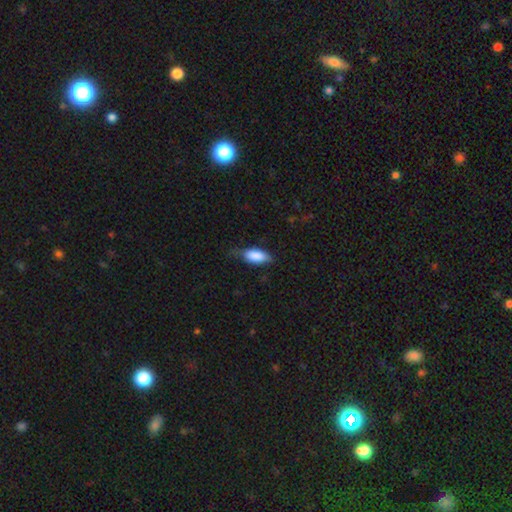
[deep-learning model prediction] Smooth or featured? Predicted: smooth (p=0.83). How rounded? Predicted: in between (p=0.86). Merging? Predicted: none (p=0.55).